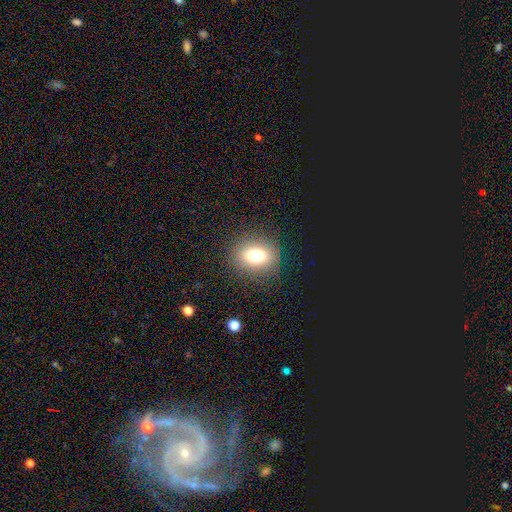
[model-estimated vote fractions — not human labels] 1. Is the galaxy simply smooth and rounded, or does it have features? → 73% smooth, 14% star or artifact, 13% featured or disk.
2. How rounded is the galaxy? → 50% round, 48% in between, 2% cigar-shaped.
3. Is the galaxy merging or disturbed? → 86% none, 9% minor disturbance, 4% major disturbance, 1% merger.